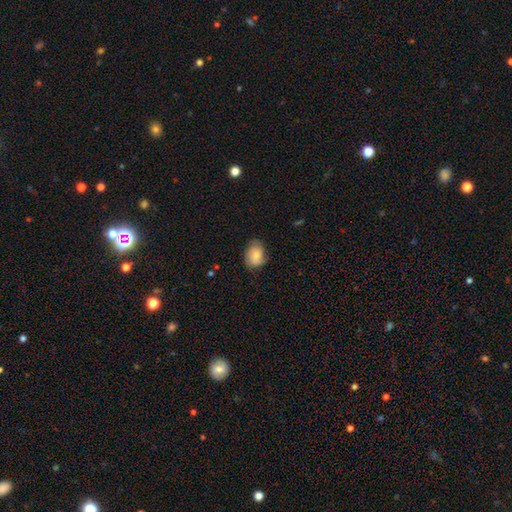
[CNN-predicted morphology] Smooth or featured? Predicted: smooth (p=0.64). How rounded? Predicted: in between (p=0.69). Merging? Predicted: none (p=0.64).